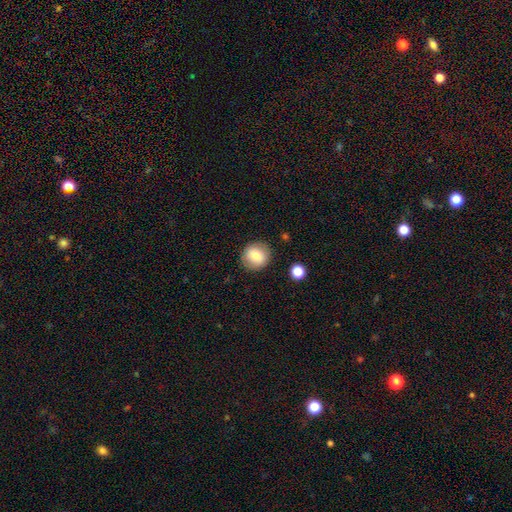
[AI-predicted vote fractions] smooth_or_featured: smooth (p=0.77) [alt: featured or disk p=0.15]
how_rounded: round (p=0.88) [alt: in between p=0.11]
merging: none (p=0.87) [alt: minor disturbance p=0.09]